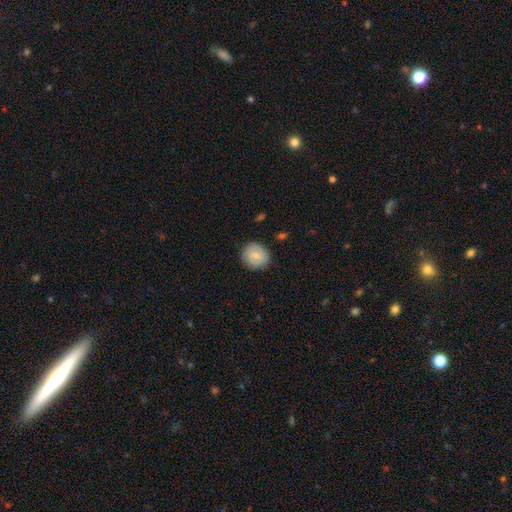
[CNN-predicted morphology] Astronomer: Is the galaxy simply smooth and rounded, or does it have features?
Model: smooth — 67%.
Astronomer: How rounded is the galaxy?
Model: round — 87%.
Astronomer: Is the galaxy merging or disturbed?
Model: none — 85%.